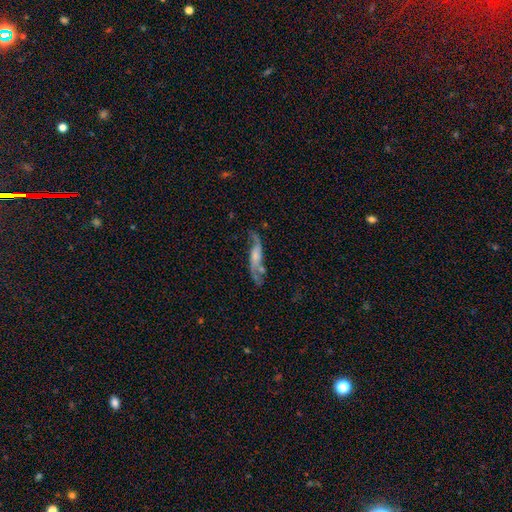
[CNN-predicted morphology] type=featured or disk (70%); edge-on=no (79%); bar=no (59%); spiral arms=yes (87%); bulge=small (42%); merging=none (48%).